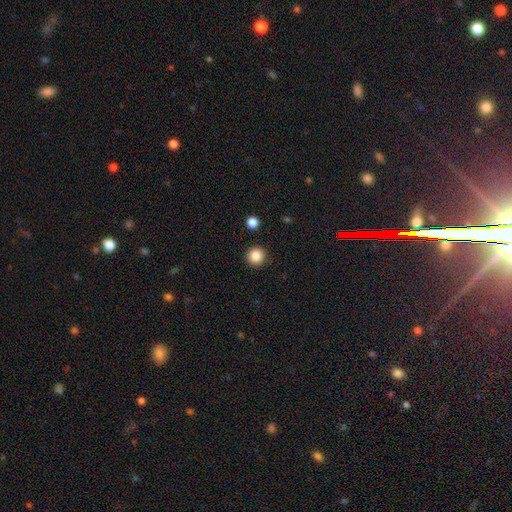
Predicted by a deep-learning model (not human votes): Smooth or featured?
  - smooth: 87% *
  - star or artifact: 10%
  - featured or disk: 3%
How rounded?
  - round: 95% *
  - in between: 4%
  - cigar-shaped: 1%
Merging?
  - none: 92% *
  - minor disturbance: 5%
  - major disturbance: 2%
  - merger: 2%